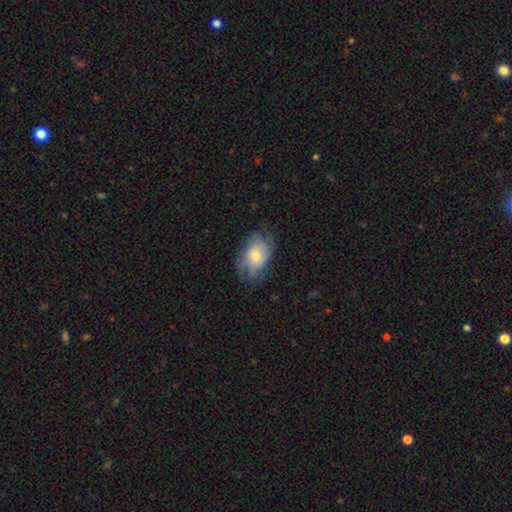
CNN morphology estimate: This appears to be a smooth galaxy with no disk features (59%) that is in between round and cigar-shaped (86%). Merging: none (62%).